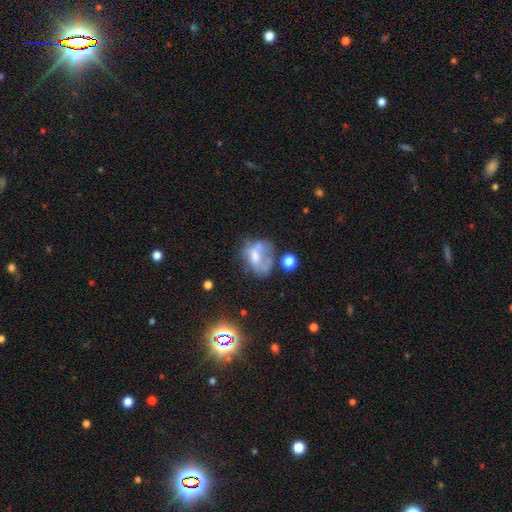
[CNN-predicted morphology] This is marginally a smooth galaxy (44%). Merging: marginally major disturbance (32%).